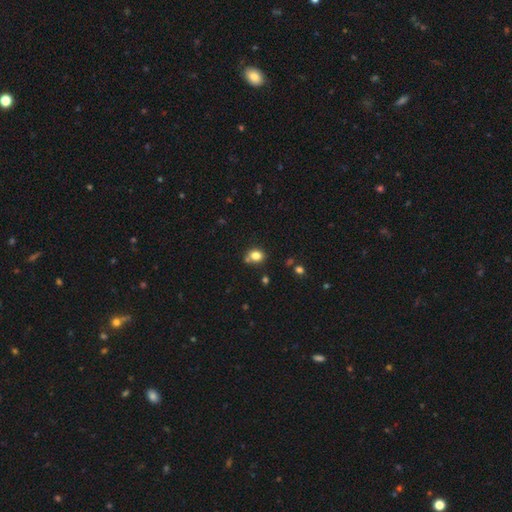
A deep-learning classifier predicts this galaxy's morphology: Q: Smooth or featured?
A: smooth (80%); runner-up: star or artifact (12%)
Q: How rounded?
A: round (58%); runner-up: in between (41%)
Q: Merging?
A: none (67%); runner-up: merger (15%)